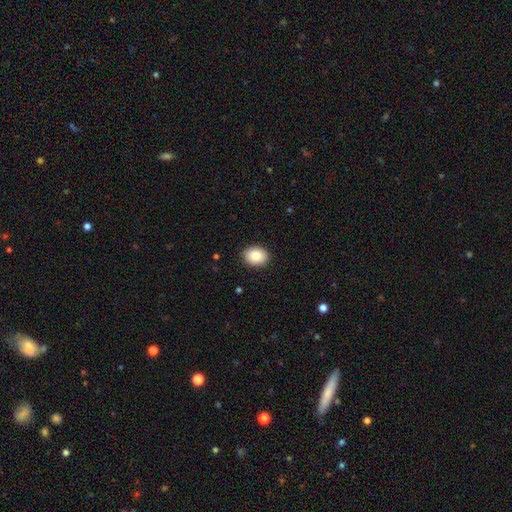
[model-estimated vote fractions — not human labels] smooth 85%, star or artifact 8%, featured or disk 7%. Down the decision tree: how rounded — in between (54%); merging — none (91%).